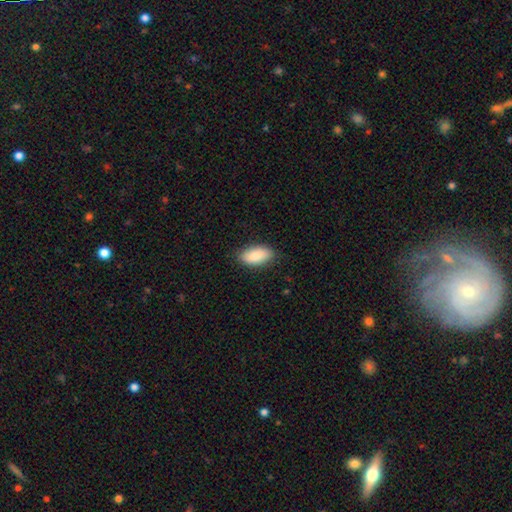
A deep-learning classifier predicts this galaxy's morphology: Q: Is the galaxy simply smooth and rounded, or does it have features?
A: smooth — 87%.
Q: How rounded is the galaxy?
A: in between — 93%.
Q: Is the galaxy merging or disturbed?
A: none — 86%.